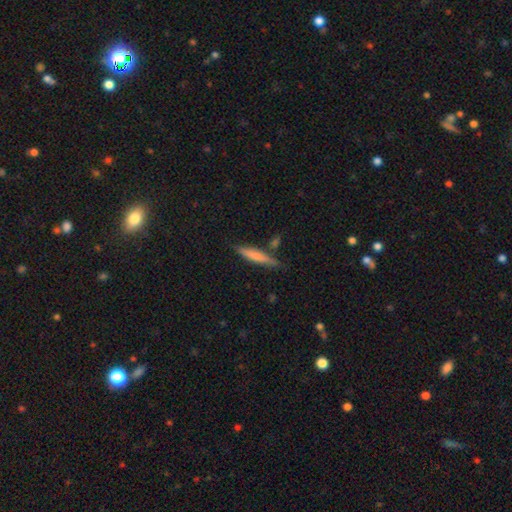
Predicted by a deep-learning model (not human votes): smooth-or-featured: smooth: 70% | featured or disk: 25% | star or artifact: 6%
  how-rounded: cigar-shaped: 89% | in between: 10% | round: 2%
  merging: none: 75% | minor disturbance: 15% | merger: 7% | major disturbance: 3%